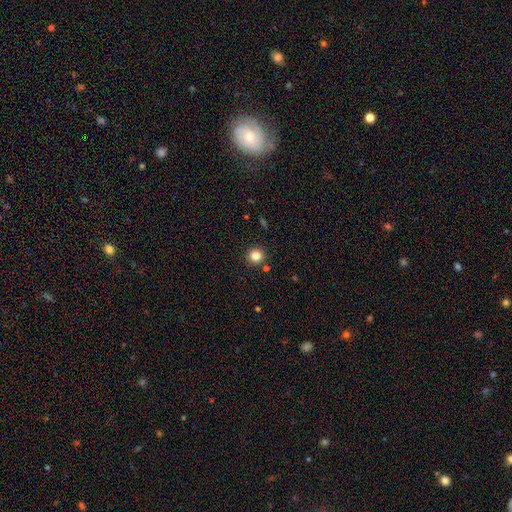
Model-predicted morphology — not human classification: Smooth or featured? smooth (82%)
How rounded? round (94%)
Merging? none (89%)